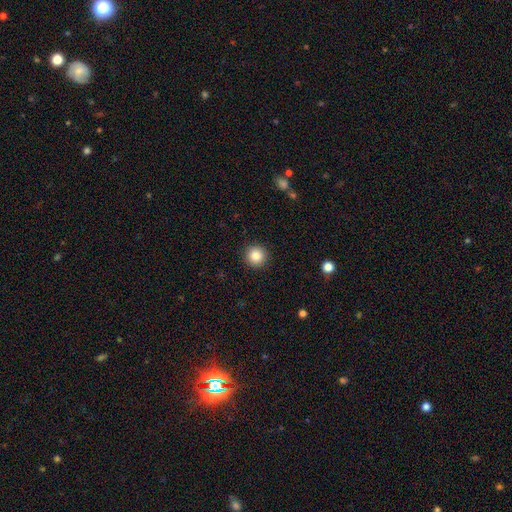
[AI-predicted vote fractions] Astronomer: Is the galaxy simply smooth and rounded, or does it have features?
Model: smooth — 84%.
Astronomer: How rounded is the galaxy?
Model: round — 95%.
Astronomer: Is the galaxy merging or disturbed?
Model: none — 92%.